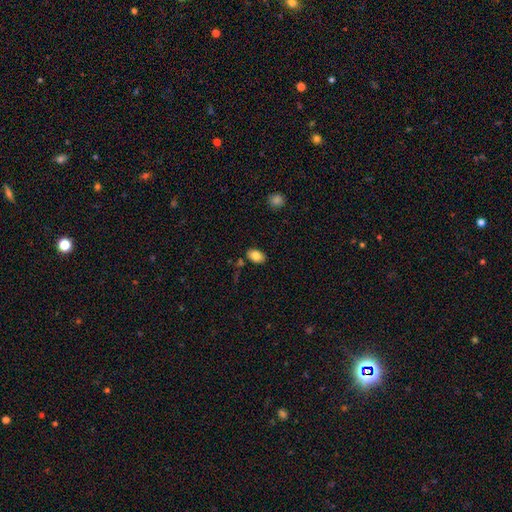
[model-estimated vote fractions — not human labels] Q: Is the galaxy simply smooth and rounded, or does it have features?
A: smooth — 83%.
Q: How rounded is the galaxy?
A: in between — 87%.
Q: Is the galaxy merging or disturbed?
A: none — 81%.